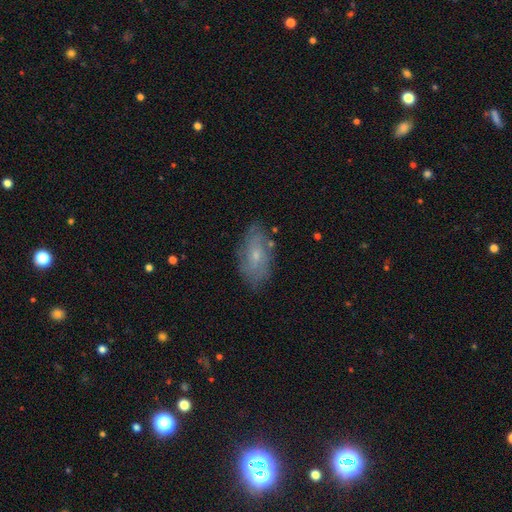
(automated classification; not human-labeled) The model was most divided on "smooth or featured": featured or disk: 47%, smooth: 44%, star or artifact: 8%. More confident: merging — none (75%).